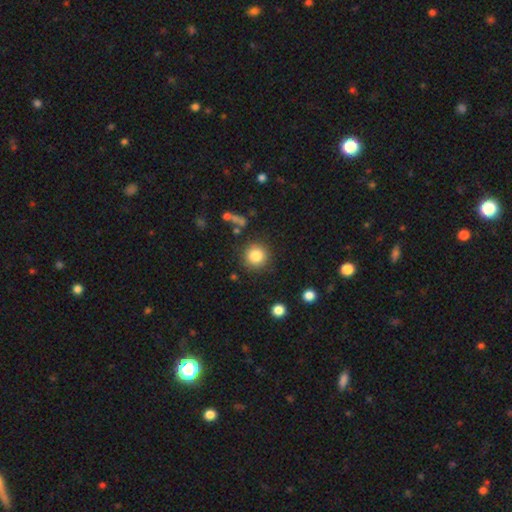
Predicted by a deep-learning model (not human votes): Smooth or featured?
  - smooth: 83% *
  - star or artifact: 10%
  - featured or disk: 6%
How rounded?
  - round: 93% *
  - in between: 6%
  - cigar-shaped: 1%
Merging?
  - none: 87% *
  - minor disturbance: 8%
  - major disturbance: 3%
  - merger: 2%